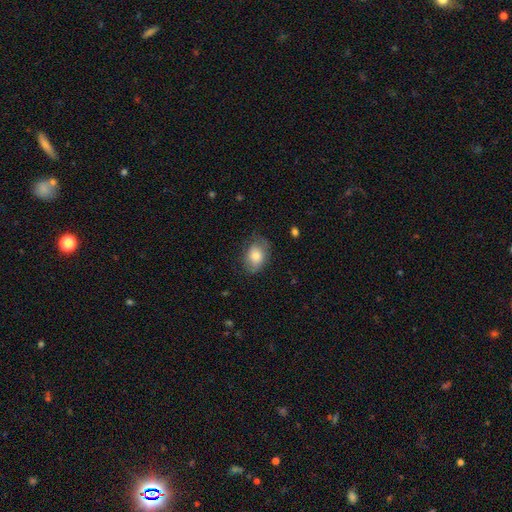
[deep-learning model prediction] A smooth galaxy with no disk features (75%) that is in between round and cigar-shaped (71%).

Vote fractions:
- Smooth or featured? smooth: 75% / featured or disk: 17% / star or artifact: 8%
- How rounded? in between: 71% / round: 28% / cigar-shaped: 1%
- Merging? none: 62% / minor disturbance: 27% / major disturbance: 10% / merger: 1%